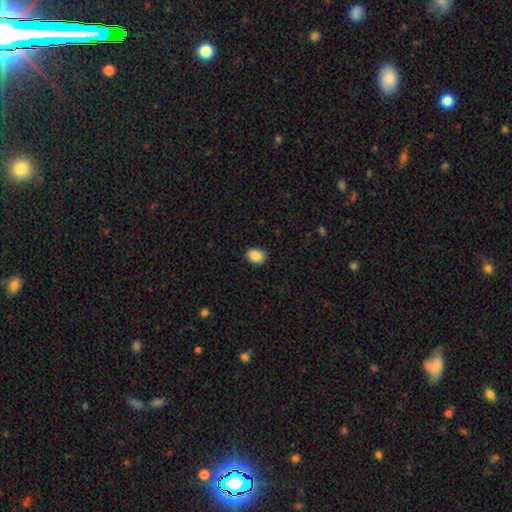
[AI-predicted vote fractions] Overall: smooth (89%). How rounded: in between (68%; round 32%). Merging: none (88%).